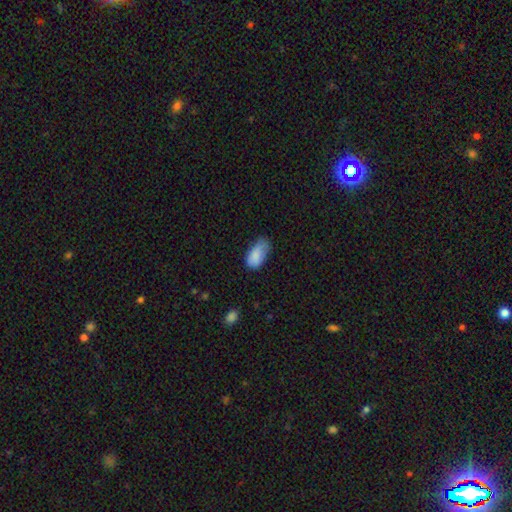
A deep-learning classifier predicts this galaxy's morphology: smooth 85%, star or artifact 7%, featured or disk 7%. Down the decision tree: how rounded — in between (93%); merging — minor disturbance (43%).